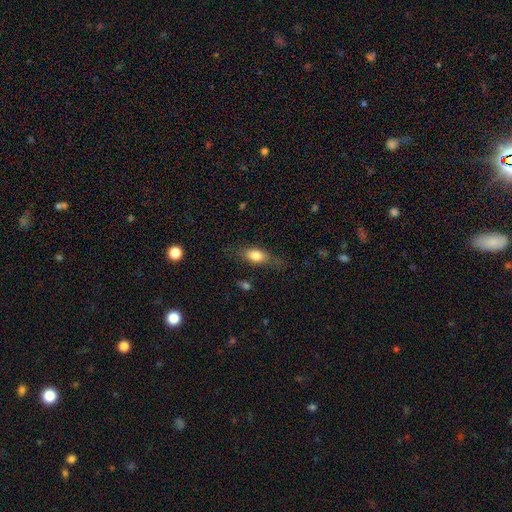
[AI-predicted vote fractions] Smooth or featured? smooth (72%)
How rounded? in between (75%)
Merging? none (64%)